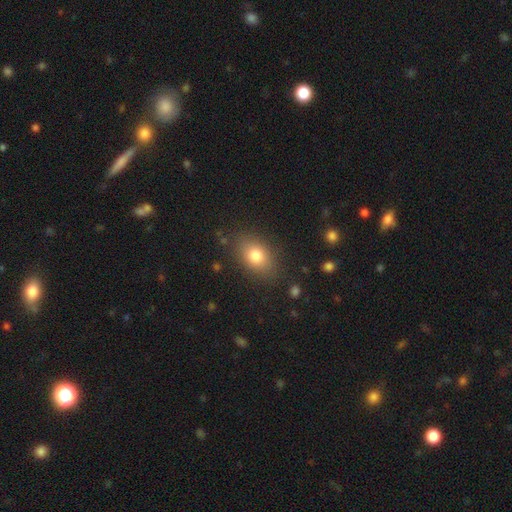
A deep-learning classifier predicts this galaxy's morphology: smooth 79%, featured or disk 11%, star or artifact 10%. Down the decision tree: how rounded — in between (78%); merging — none (82%).